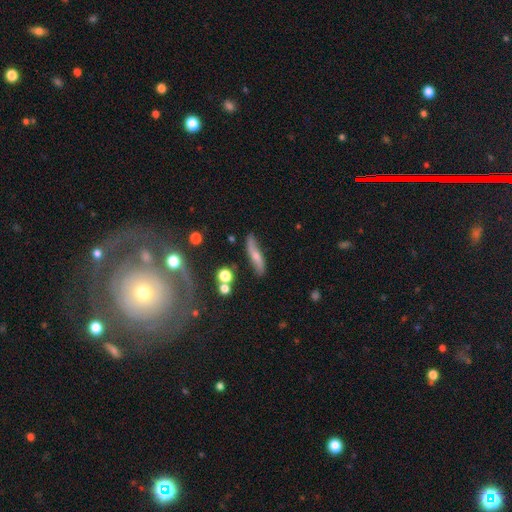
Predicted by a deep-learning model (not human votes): Smooth or featured?
  - featured or disk: 48% *
  - smooth: 44%
  - star or artifact: 8%
Merging?
  - none: 72% *
  - minor disturbance: 19%
  - major disturbance: 5%
  - merger: 4%